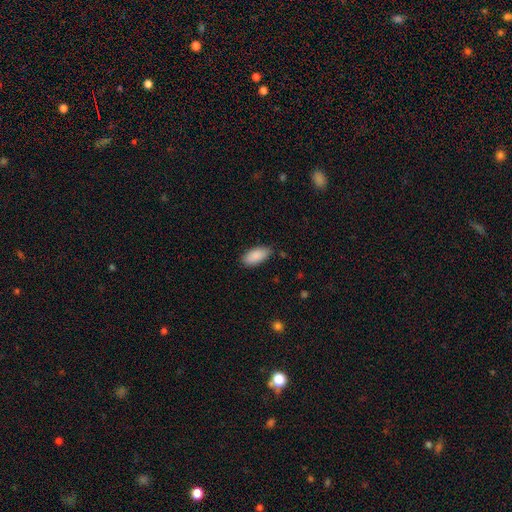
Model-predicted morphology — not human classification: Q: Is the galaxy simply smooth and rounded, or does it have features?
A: smooth — 89%.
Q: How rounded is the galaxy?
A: in between — 91%.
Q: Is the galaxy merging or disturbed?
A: none — 79%.